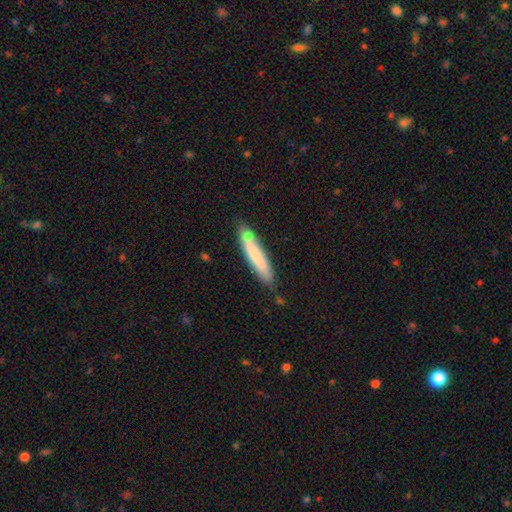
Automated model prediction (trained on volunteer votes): This is likely a smooth galaxy (69%). How rounded: clearly cigar-shaped (90%). Merging: clearly none (83%).